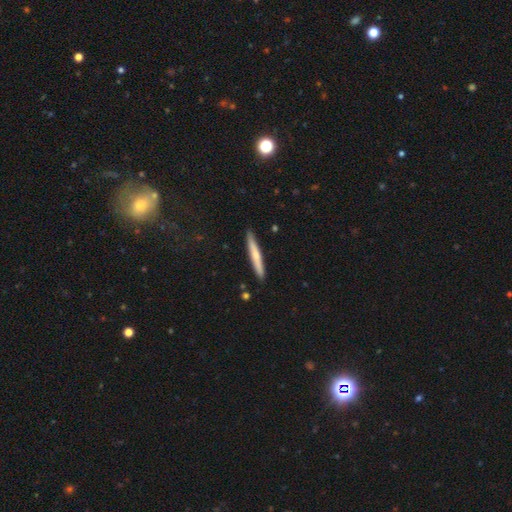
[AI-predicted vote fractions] smooth-or-featured: smooth: 60% | featured or disk: 34% | star or artifact: 6%
  how-rounded: cigar-shaped: 95% | in between: 4% | round: 1%
  merging: none: 90% | minor disturbance: 7% | merger: 1% | major disturbance: 1%